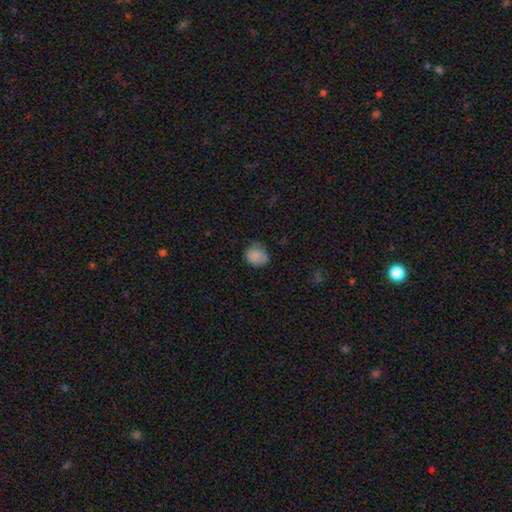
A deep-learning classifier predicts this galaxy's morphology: A smooth galaxy with no disk features (84%) that is round (73%). Merging: none (64%).